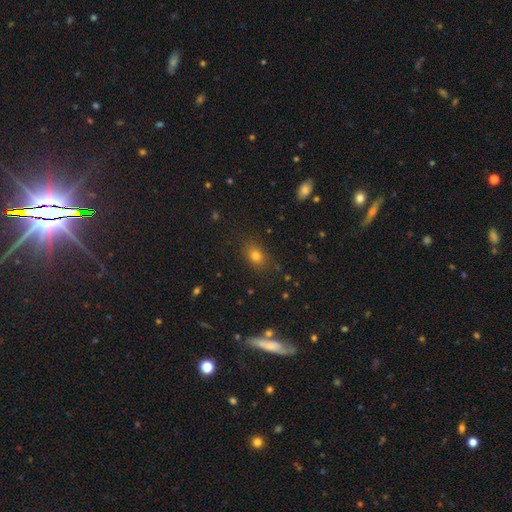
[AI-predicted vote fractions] A smooth galaxy with no disk features (76%) that is in between round and cigar-shaped (68%). Merging: none (83%).